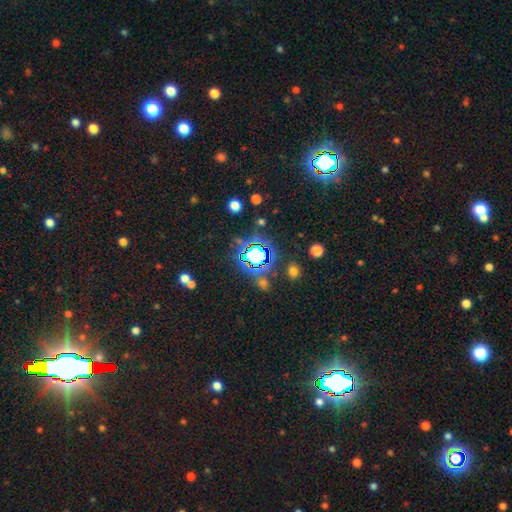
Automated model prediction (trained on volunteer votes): Q: Smooth or featured?
A: star or artifact (67%); runner-up: smooth (21%)